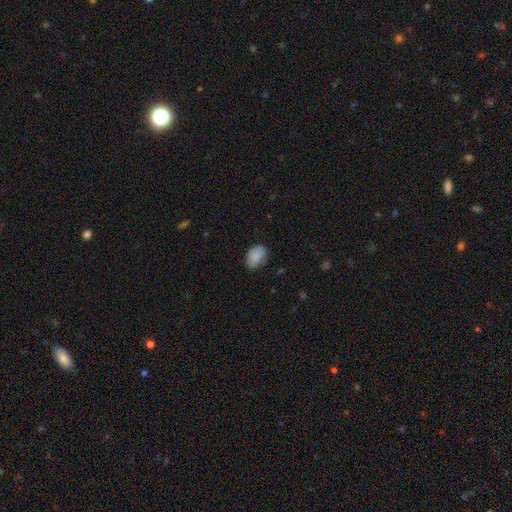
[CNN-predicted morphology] The model was most divided on "merging": none: 79%, minor disturbance: 17%, major disturbance: 3%, merger: 1%. More confident: smooth or featured — smooth (86%); how rounded — in between (81%).